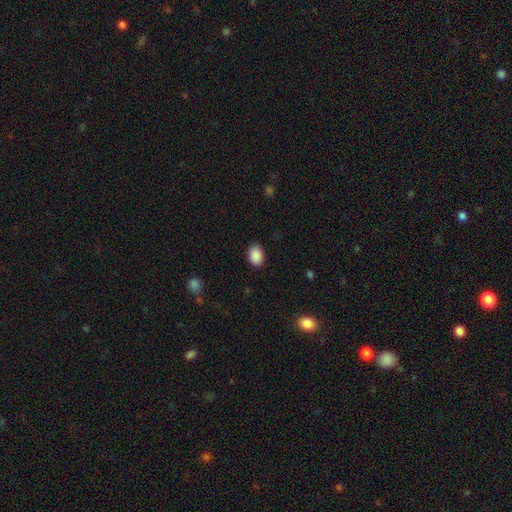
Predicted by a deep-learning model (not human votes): This appears to be a smooth galaxy with no disk features (90%) that is in between round and cigar-shaped (81%). Merging: none (88%).